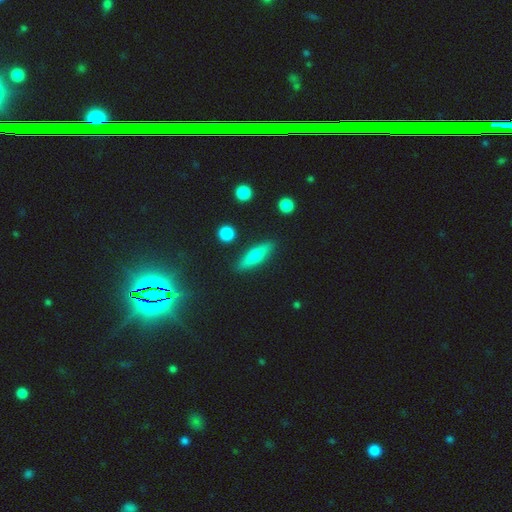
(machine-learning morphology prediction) This appears to be a smooth galaxy with no disk features (57%) that is cigar-shaped (63%). Merging: none (86%).